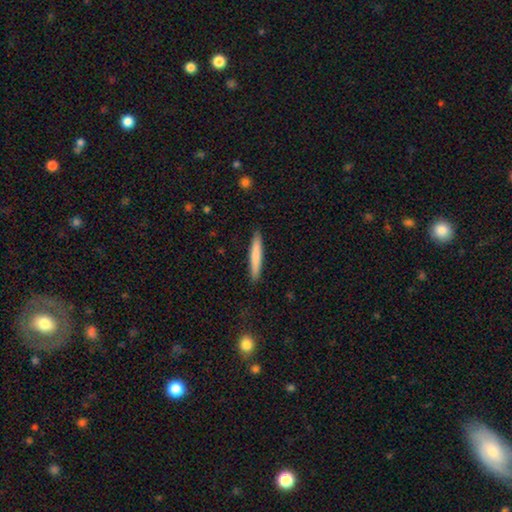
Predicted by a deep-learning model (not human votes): smooth 76%, featured or disk 18%, star or artifact 6%. Down the decision tree: how rounded — cigar-shaped (94%); merging — none (90%).